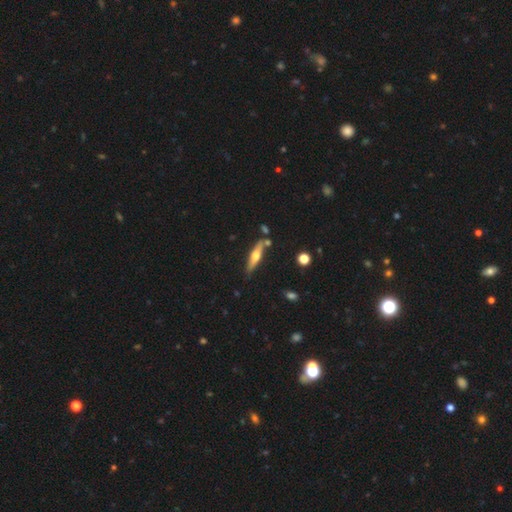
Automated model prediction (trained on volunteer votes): Morphology: type=featured or disk (54%); edge-on=yes (93%); edge-on bulge=rounded (91%); merging=none (76%).